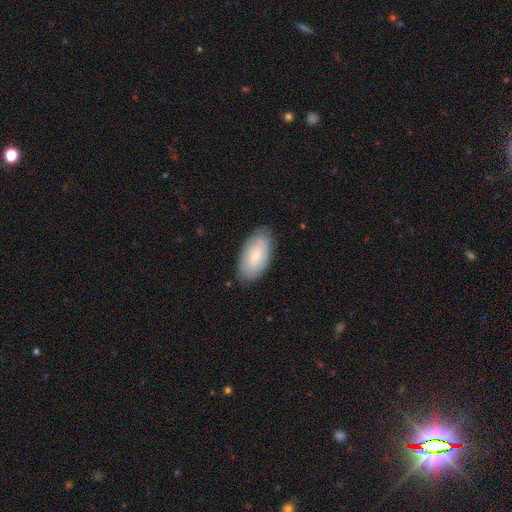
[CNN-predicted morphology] Smooth or featured: smooth — 67% (featured or disk — 27%)
How rounded: in between — 94% (cigar-shaped — 3%)
Merging: none — 84% (minor disturbance — 13%)